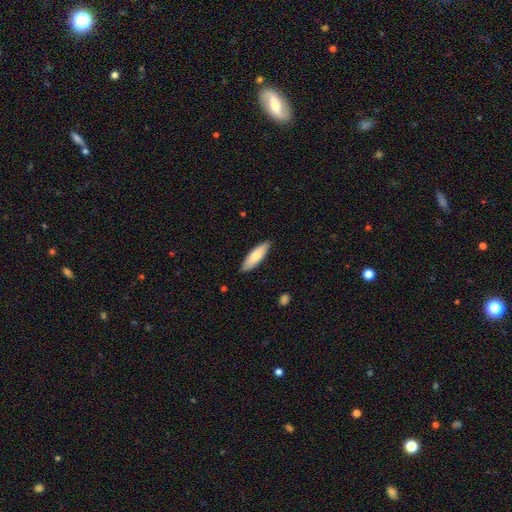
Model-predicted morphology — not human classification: smooth_or_featured: smooth (p=0.75) [alt: featured or disk p=0.20]
how_rounded: in between (p=0.54) [alt: cigar-shaped p=0.44]
merging: none (p=0.86) [alt: minor disturbance p=0.11]